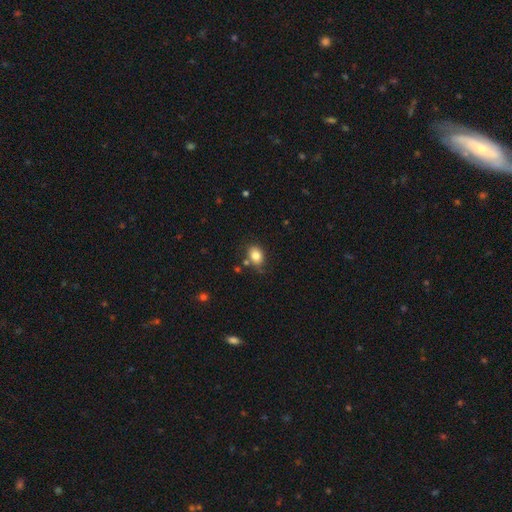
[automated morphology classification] Overall: smooth (82%). How rounded: in between (67%; round 31%). Merging: none (70%).